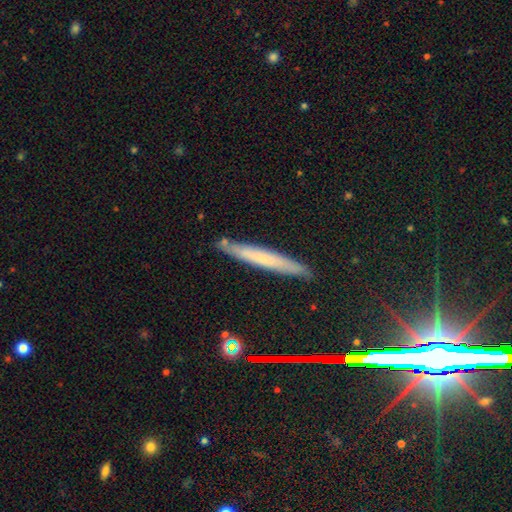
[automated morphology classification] smooth 48%, featured or disk 41%, star or artifact 11%. Down the decision tree: merging — none (86%).